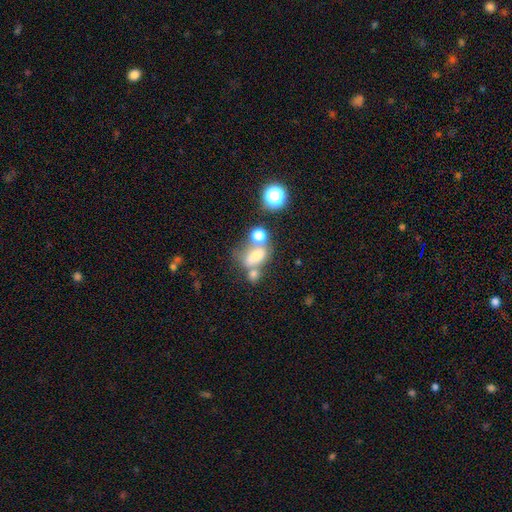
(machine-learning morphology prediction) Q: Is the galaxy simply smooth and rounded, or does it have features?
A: smooth — 62%.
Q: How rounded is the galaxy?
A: in between — 72%.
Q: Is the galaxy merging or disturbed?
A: merger — 41%.